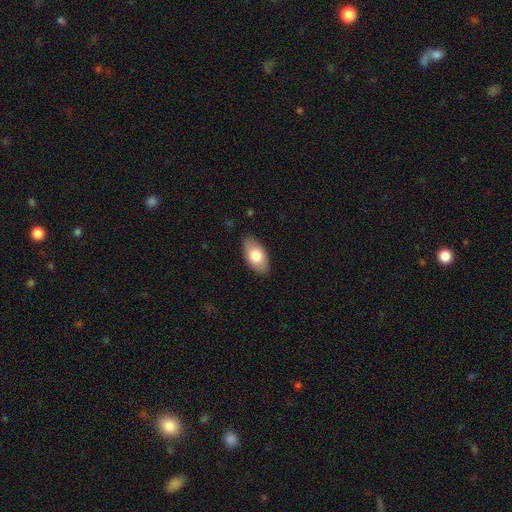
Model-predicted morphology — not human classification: Smooth or featured: smooth — 75% (featured or disk — 19%)
How rounded: in between — 94% (round — 4%)
Merging: none — 86% (minor disturbance — 11%)